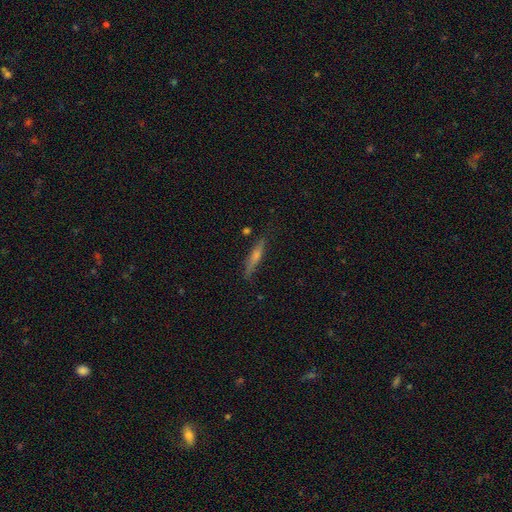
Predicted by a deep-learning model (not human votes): This appears to be a featured or disk galaxy (51%) viewed edge-on (93%). Merging: none (81%).